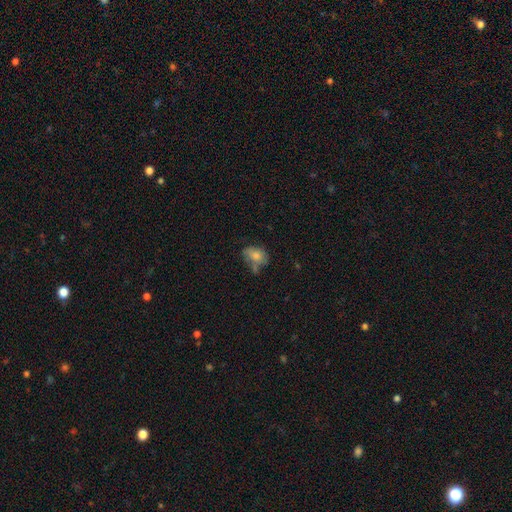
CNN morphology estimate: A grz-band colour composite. It shows a smooth galaxy with no disk features (71%) that is in between round and cigar-shaped (69%). Merging: none (43%).